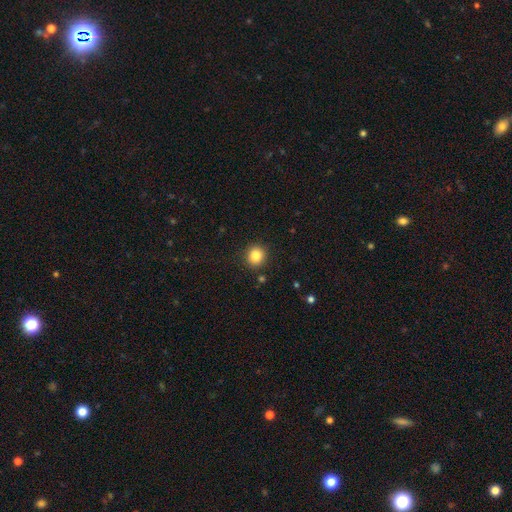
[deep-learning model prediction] This appears to be a smooth galaxy with no disk features (84%) that is round (89%). Merging: none (89%).